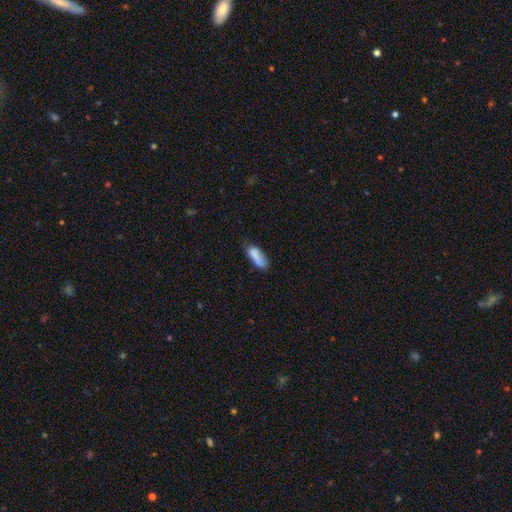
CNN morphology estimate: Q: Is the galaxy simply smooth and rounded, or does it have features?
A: smooth — 80%.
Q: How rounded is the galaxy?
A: in between — 71%.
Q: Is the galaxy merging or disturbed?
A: none — 50%.